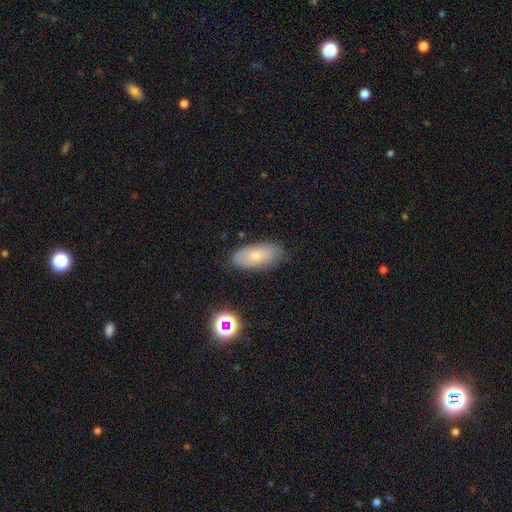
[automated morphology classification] A smooth galaxy with no disk features (68%) that is in between round and cigar-shaped (91%).

Vote fractions:
- Smooth or featured? smooth: 68% / featured or disk: 23% / star or artifact: 9%
- How rounded? in between: 91% / cigar-shaped: 5% / round: 4%
- Merging? none: 78% / minor disturbance: 17% / major disturbance: 4% / merger: 2%